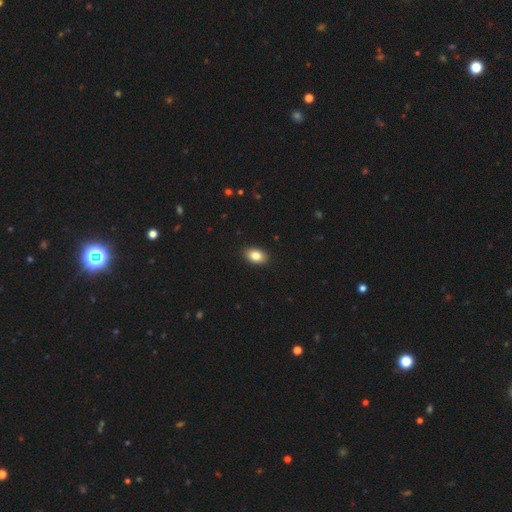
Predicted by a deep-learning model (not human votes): A smooth galaxy with no disk features (85%) that is in between round and cigar-shaped (88%). Merging: none (90%).